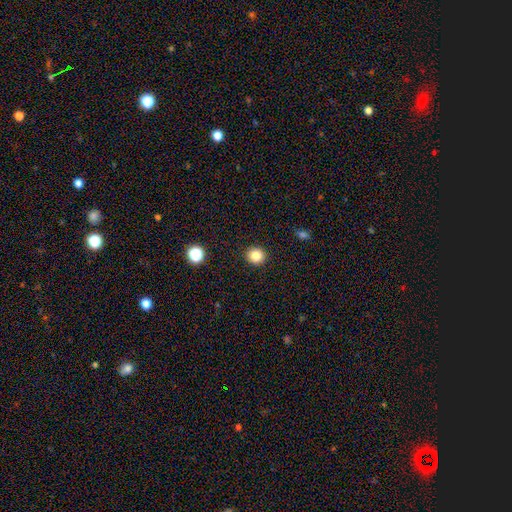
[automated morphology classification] smooth-or-featured: smooth: 84% | star or artifact: 11% | featured or disk: 5%
  how-rounded: round: 90% | in between: 9% | cigar-shaped: 1%
  merging: none: 92% | minor disturbance: 5% | major disturbance: 2% | merger: 1%